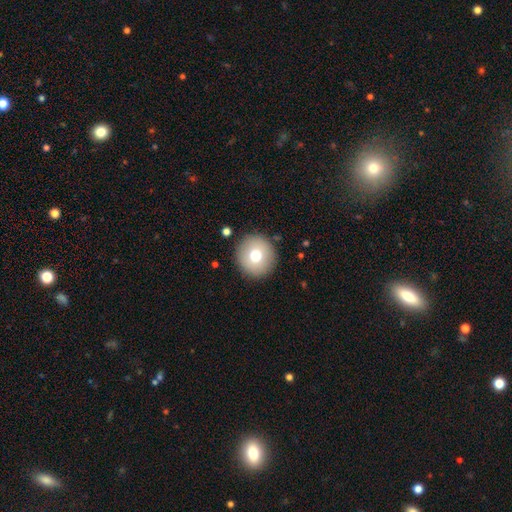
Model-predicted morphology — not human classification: type=smooth (73%); roundness=round (95%); merging=none (90%).